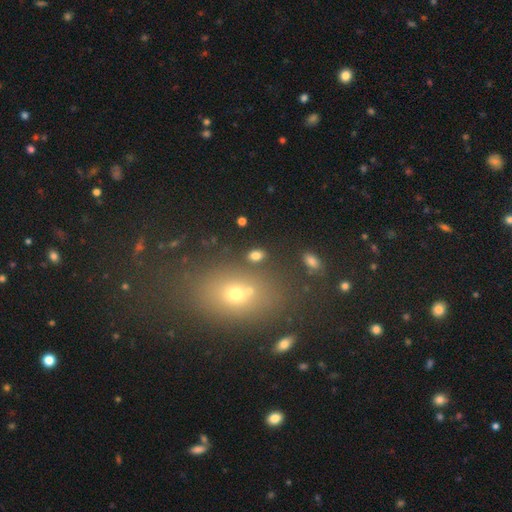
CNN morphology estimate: Smooth or featured? smooth (78%)
How rounded? in between (82%)
Merging? none (79%)